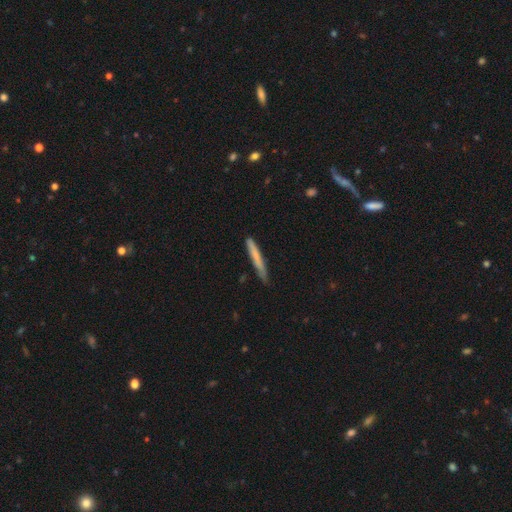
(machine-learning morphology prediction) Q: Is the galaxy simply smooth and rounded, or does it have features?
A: smooth — 70%.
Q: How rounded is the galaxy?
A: cigar-shaped — 96%.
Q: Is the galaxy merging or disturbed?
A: none — 78%.